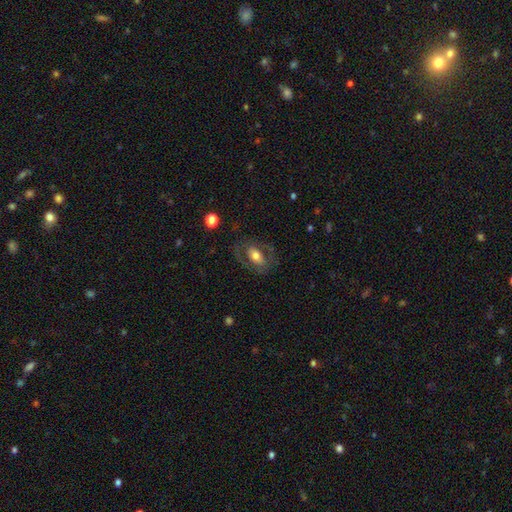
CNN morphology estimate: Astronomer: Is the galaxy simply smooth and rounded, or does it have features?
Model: smooth — 50% (runner-up: featured or disk, 43%).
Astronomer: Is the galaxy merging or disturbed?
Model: none — 68%.